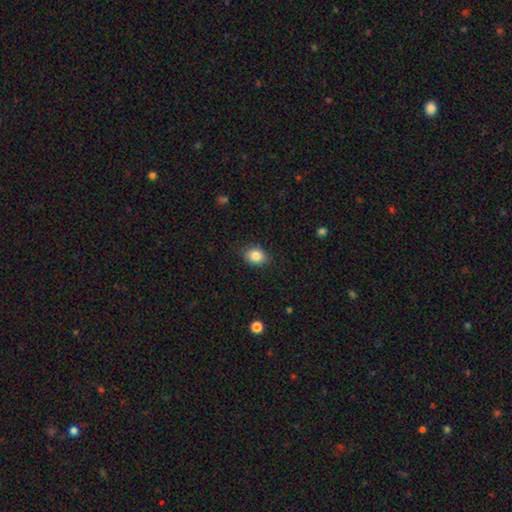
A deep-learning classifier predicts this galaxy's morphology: Smooth or featured: smooth — 85% (star or artifact — 9%)
How rounded: in between — 56% (round — 43%)
Merging: none — 85% (minor disturbance — 12%)